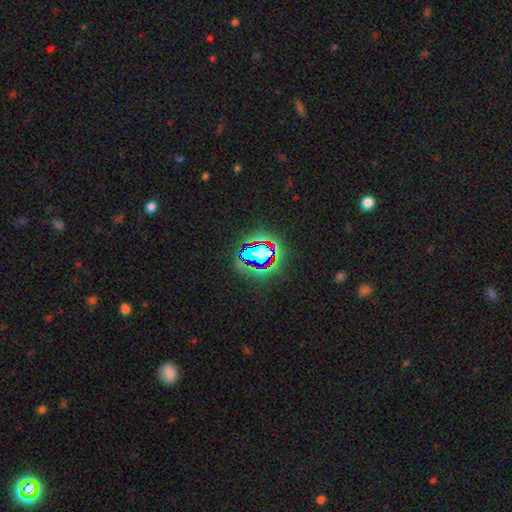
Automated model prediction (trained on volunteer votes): A star or artifact, not a galaxy (77%).